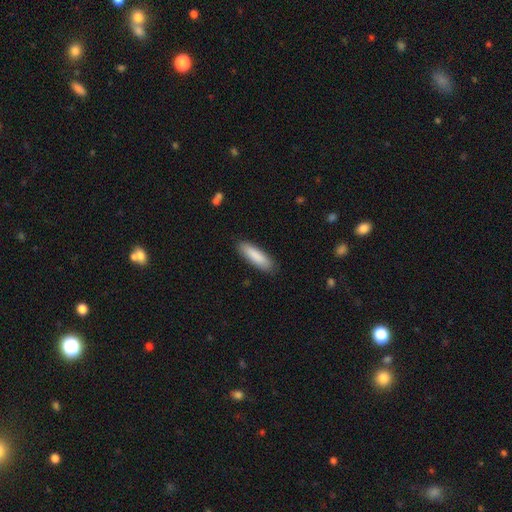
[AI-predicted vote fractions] A smooth galaxy with no disk features (87%) that is cigar-shaped (63%). Merging: none (87%).